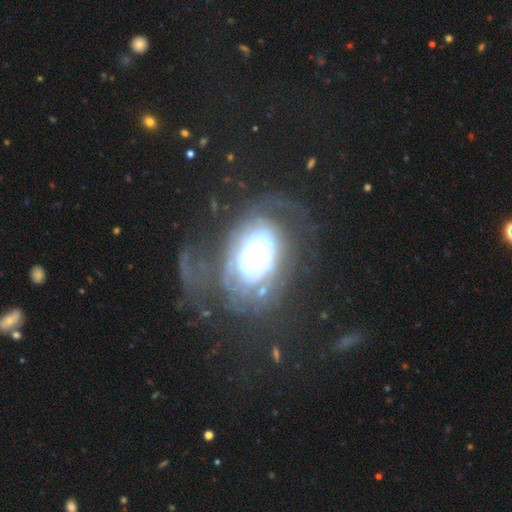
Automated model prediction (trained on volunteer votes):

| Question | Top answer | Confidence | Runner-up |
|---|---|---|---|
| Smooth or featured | featured or disk | 78% | smooth (13%) |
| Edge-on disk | no | 96% | yes (4%) |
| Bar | no | 79% | weak (14%) |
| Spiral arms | yes | 66% | no (34%) |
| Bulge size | moderate | 43% | large (26%) |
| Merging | major disturbance | 38% | tied: none (38%) |